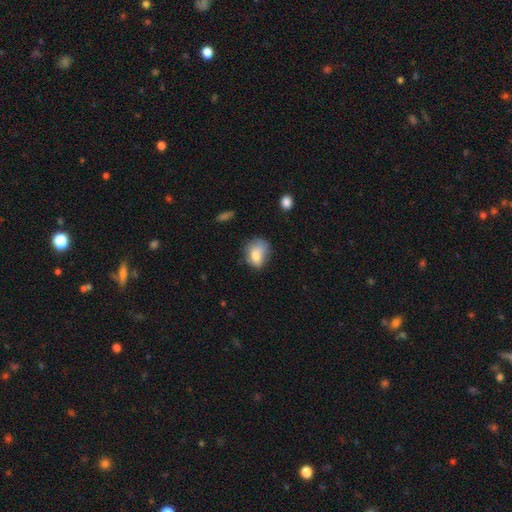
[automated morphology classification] type=smooth (75%); roundness=in between (57%); merging=none (48%).